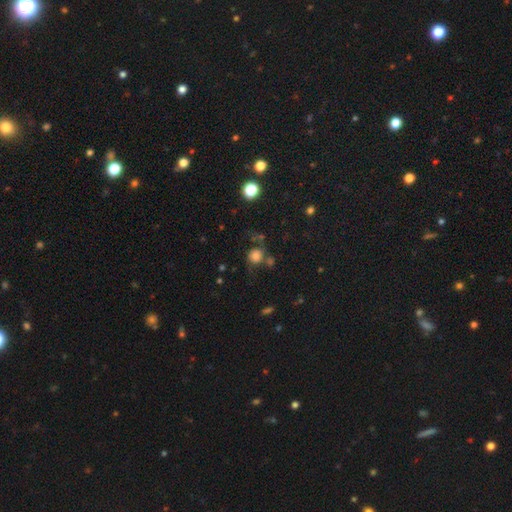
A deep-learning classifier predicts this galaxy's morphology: type=smooth (71%); roundness=round (86%); merging=none (57%).